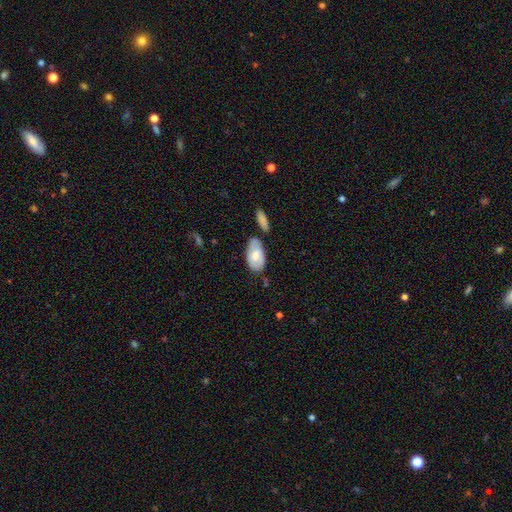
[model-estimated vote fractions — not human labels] smooth_or_featured: smooth (p=0.66) [alt: featured or disk p=0.28]
how_rounded: in between (p=0.94) [alt: round p=0.03]
merging: none (p=0.60) [alt: minor disturbance p=0.22]